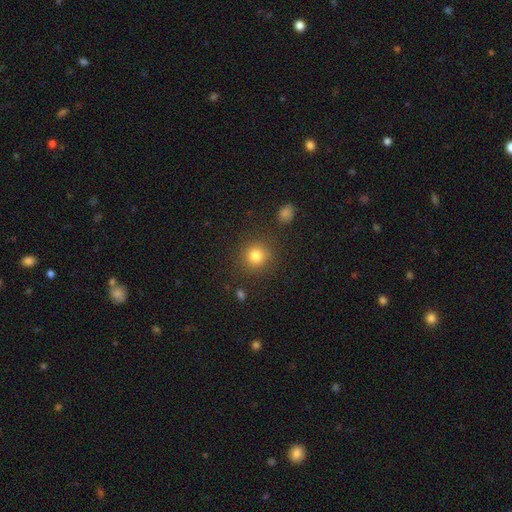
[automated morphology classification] Q: Smooth or featured?
A: smooth (82%); runner-up: star or artifact (12%)
Q: How rounded?
A: round (91%); runner-up: in between (8%)
Q: Merging?
A: none (85%); runner-up: minor disturbance (8%)